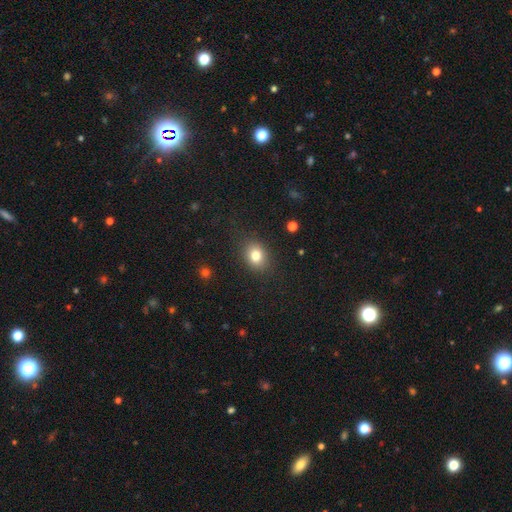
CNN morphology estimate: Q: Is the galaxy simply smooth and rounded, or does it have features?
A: smooth — 80%.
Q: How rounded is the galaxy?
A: round — 50%.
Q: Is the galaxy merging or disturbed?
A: none — 84%.